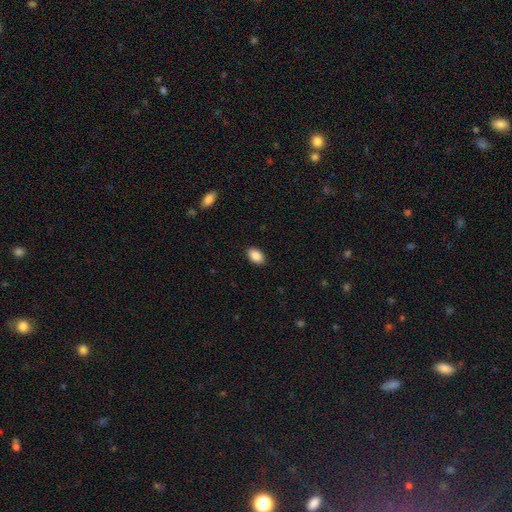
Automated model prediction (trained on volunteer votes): A smooth galaxy with no disk features (89%) that is in between round and cigar-shaped (91%).

Vote fractions:
- Smooth or featured? smooth: 89% / star or artifact: 7% / featured or disk: 3%
- How rounded? in between: 91% / round: 8% / cigar-shaped: 1%
- Merging? none: 88% / minor disturbance: 9% / major disturbance: 2% / merger: 1%